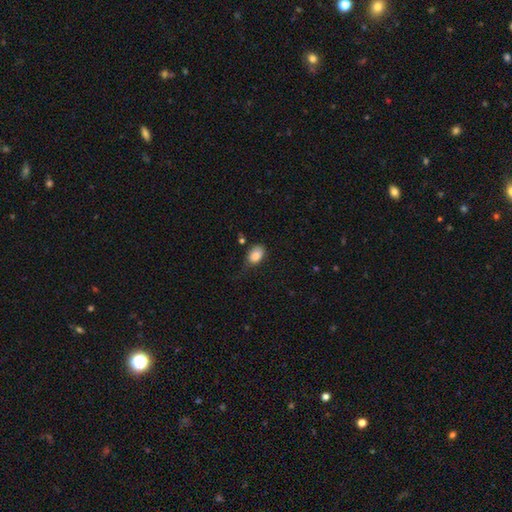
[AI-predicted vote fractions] Overall: smooth (85%). How rounded: in between (83%). Merging: none (51%; minor disturbance 34%).